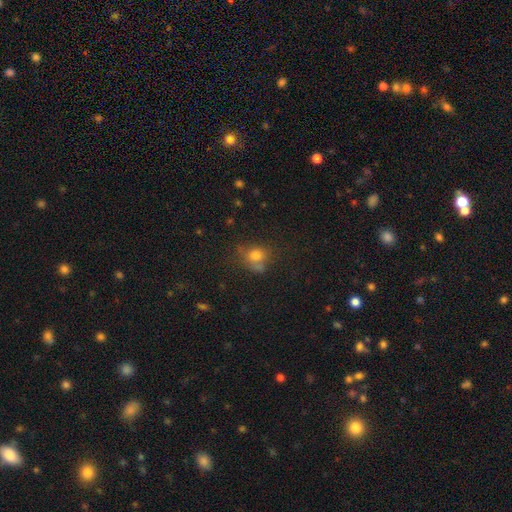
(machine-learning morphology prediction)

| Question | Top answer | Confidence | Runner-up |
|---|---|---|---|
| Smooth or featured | smooth | 74% | star or artifact (14%) |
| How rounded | round | 66% | in between (33%) |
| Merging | none | 51% | minor disturbance (22%) |